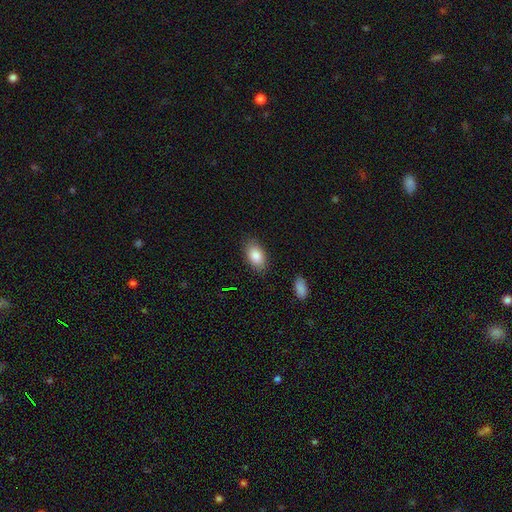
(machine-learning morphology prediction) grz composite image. It shows a smooth galaxy with no disk features (86%) that is in between round and cigar-shaped (92%). Merging: none (84%).